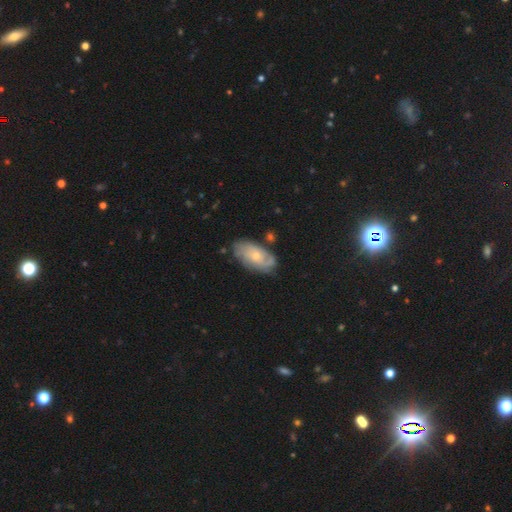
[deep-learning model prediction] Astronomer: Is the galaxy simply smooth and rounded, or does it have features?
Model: featured or disk — 60%.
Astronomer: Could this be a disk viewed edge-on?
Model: no — 93%.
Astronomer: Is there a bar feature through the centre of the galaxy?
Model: no — 78%.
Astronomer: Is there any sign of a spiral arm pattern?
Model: yes — 82%.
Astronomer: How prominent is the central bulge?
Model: small — 60% (runner-up: moderate, 36%).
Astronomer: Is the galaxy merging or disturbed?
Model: none — 69%.